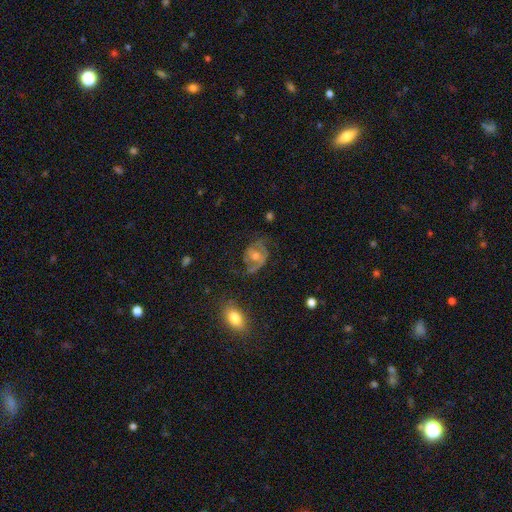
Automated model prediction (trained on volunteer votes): Overall: featured or disk (62%; smooth 28%). Edge-on disk: no (96%). Bar: no (61%; weak 31%). Spiral arms: yes (66%; no 34%). Bulge size: moderate (59%; small 26%). Merging: none (45%; major disturbance 27%).